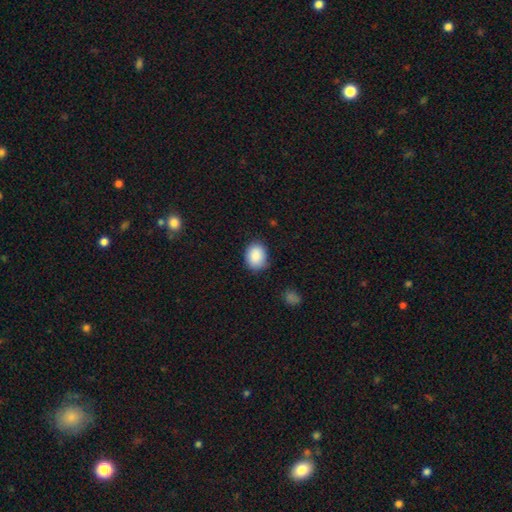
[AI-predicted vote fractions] smooth_or_featured: smooth (p=0.89) [alt: star or artifact p=0.07]
how_rounded: in between (p=0.55) [alt: round p=0.44]
merging: none (p=0.81) [alt: minor disturbance p=0.15]